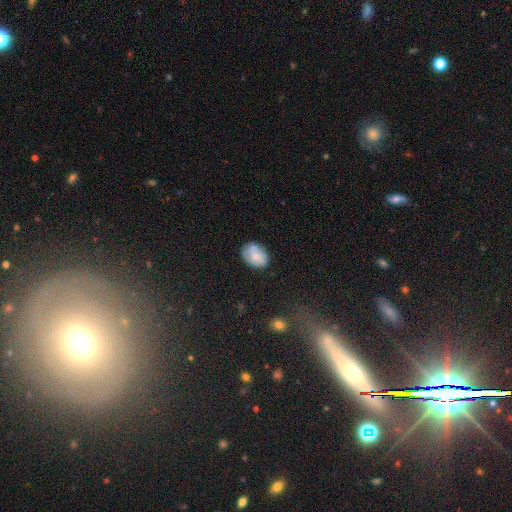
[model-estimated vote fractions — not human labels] smooth-or-featured: smooth: 73% | featured or disk: 20% | star or artifact: 7%
  how-rounded: in between: 74% | round: 25% | cigar-shaped: 1%
  merging: none: 67% | minor disturbance: 22% | merger: 6% | major disturbance: 5%